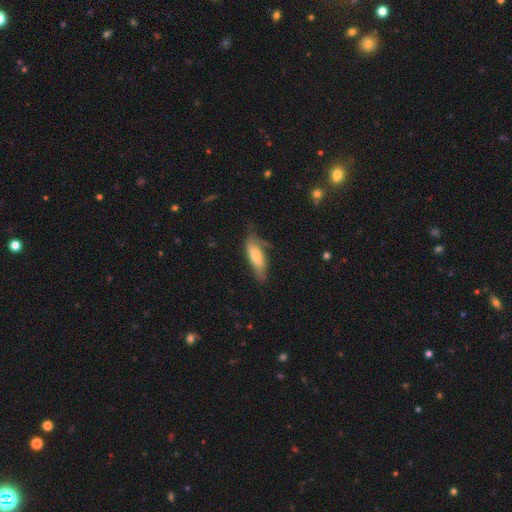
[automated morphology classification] type=smooth (67%); roundness=in between (56%); merging=none (49%).